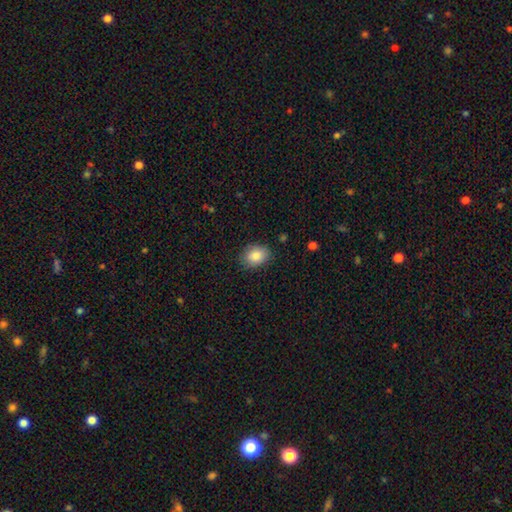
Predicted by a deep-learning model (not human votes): Morphology: type=smooth (86%); roundness=in between (67%); merging=none (83%).